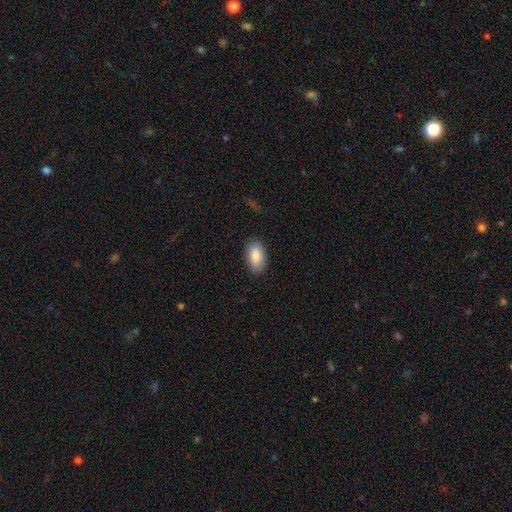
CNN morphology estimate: A smooth galaxy with no disk features (88%) that is in between round and cigar-shaped (94%).

Vote fractions:
- Smooth or featured? smooth: 88% / star or artifact: 6% / featured or disk: 6%
- How rounded? in between: 94% / round: 5% / cigar-shaped: 2%
- Merging? none: 86% / minor disturbance: 10% / major disturbance: 3% / merger: 1%